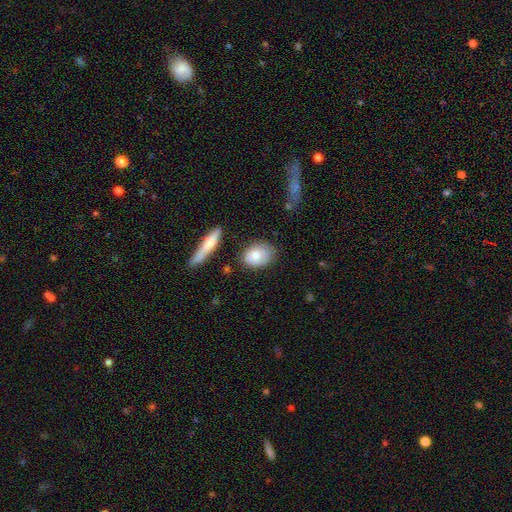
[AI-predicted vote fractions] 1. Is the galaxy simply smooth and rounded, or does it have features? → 73% smooth, 21% featured or disk, 6% star or artifact.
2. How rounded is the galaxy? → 70% in between, 27% round, 3% cigar-shaped.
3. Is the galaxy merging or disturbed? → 68% none, 22% minor disturbance, 5% major disturbance, 5% merger.